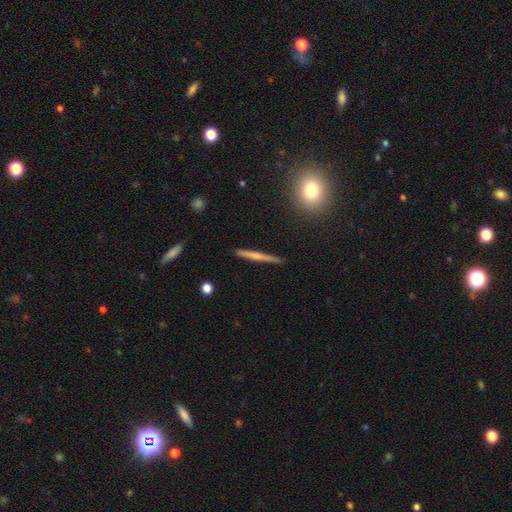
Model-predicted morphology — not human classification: The model was most divided on "smooth or featured": featured or disk: 51%, smooth: 42%, star or artifact: 7%. More confident: edge-on disk — yes (97%); merging — none (90%).